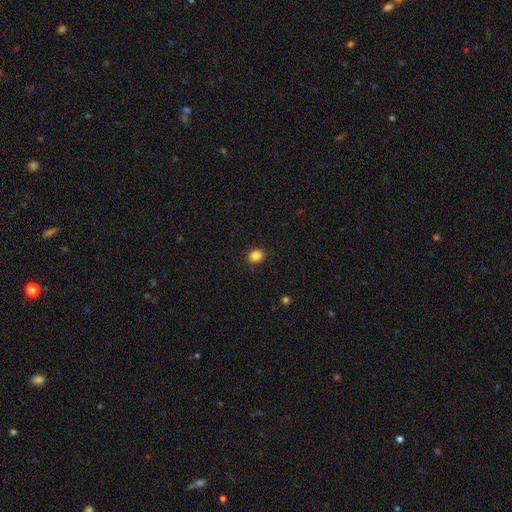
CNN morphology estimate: Smooth or featured?
  - smooth: 86% *
  - star or artifact: 10%
  - featured or disk: 4%
How rounded?
  - round: 55% *
  - in between: 44%
  - cigar-shaped: 1%
Merging?
  - none: 89% *
  - minor disturbance: 7%
  - major disturbance: 2%
  - merger: 1%